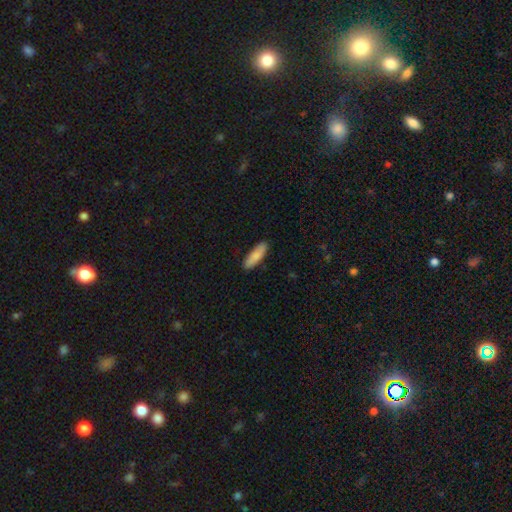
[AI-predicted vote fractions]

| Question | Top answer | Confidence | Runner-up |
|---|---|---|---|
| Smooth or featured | smooth | 86% | featured or disk (8%) |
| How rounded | cigar-shaped | 51% | in between (47%) |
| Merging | none | 89% | minor disturbance (9%) |